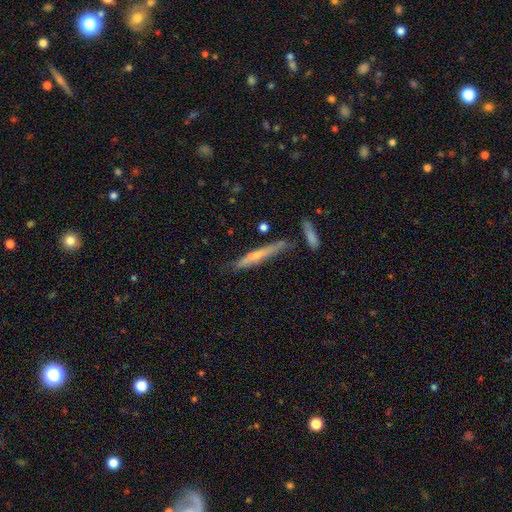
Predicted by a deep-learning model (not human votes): Smooth or featured?
  - smooth: 48% *
  - featured or disk: 46%
  - star or artifact: 7%
Merging?
  - none: 70% *
  - minor disturbance: 17%
  - merger: 8%
  - major disturbance: 5%